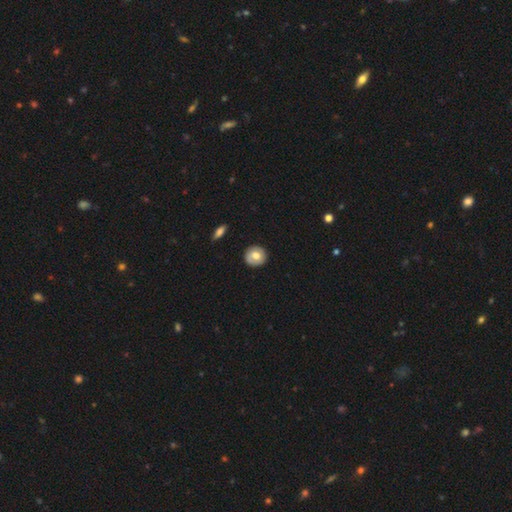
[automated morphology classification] Smooth or featured? smooth (66%)
How rounded? round (89%)
Merging? none (88%)